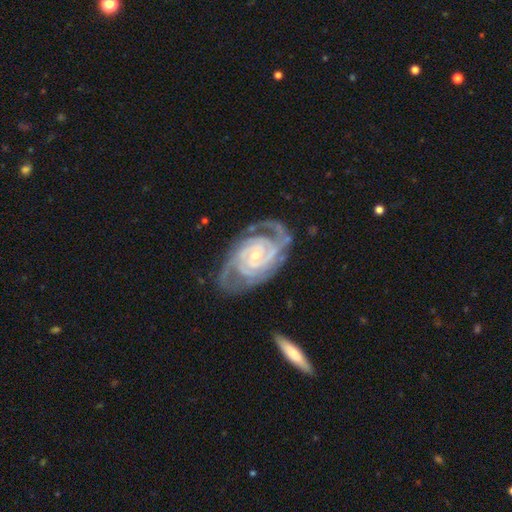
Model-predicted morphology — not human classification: This appears to be a featured or disk galaxy (92%) with no bar (54%), 2 (44%) tight (69%) spiral arms (98%) and a small central bulge (68%). Merging: none (70%).